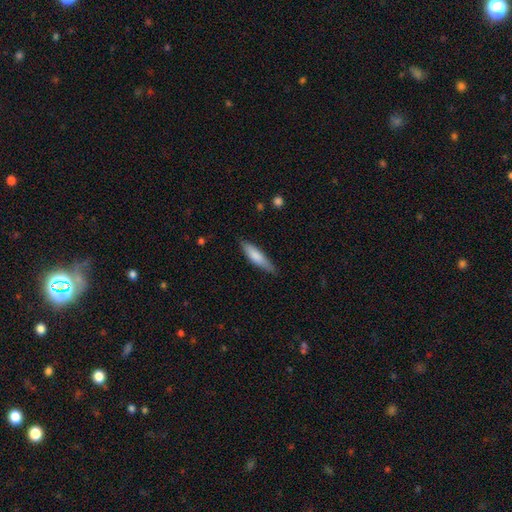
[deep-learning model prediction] A smooth galaxy with no disk features (77%) that is cigar-shaped (69%).

Vote fractions:
- Smooth or featured? smooth: 77% / featured or disk: 18% / star or artifact: 5%
- How rounded? cigar-shaped: 69% / in between: 30% / round: 1%
- Merging? none: 77% / minor disturbance: 18% / major disturbance: 3% / merger: 1%